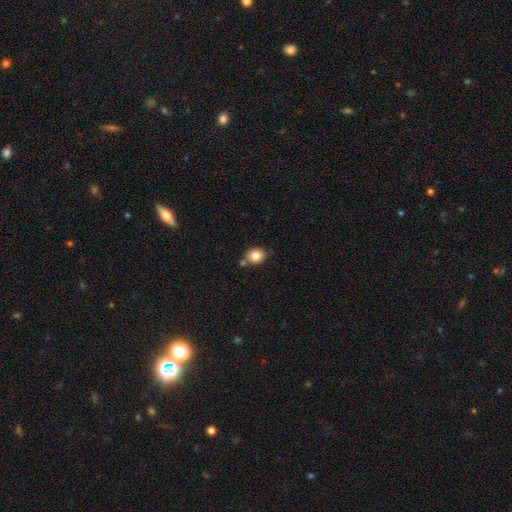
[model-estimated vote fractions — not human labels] This is clearly a smooth galaxy (85%). How rounded: likely round (76%). Merging: likely none (67%).